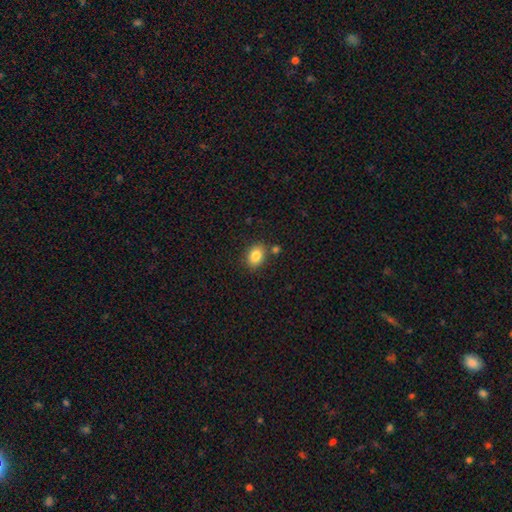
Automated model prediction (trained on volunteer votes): Smooth or featured: smooth — 85% (star or artifact — 9%)
How rounded: in between — 69% (round — 30%)
Merging: none — 78% (minor disturbance — 11%)